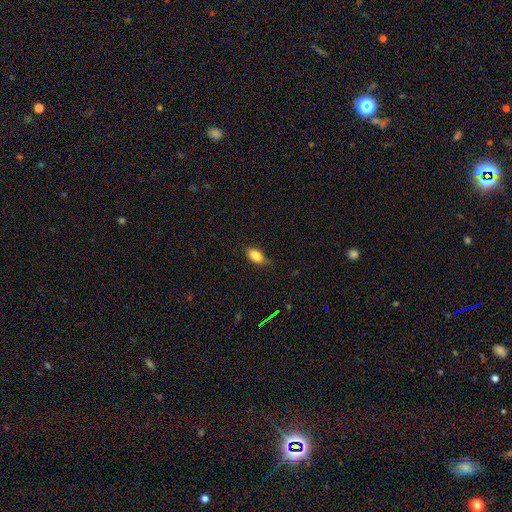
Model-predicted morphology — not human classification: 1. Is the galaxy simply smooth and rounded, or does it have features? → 84% smooth, 9% star or artifact, 7% featured or disk.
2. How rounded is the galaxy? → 88% in between, 8% round, 4% cigar-shaped.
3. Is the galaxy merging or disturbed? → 71% none, 23% minor disturbance, 4% major disturbance, 1% merger.